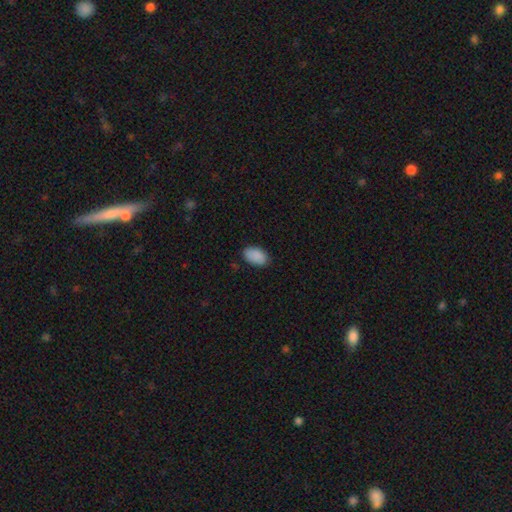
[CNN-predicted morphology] Smooth or featured?
  - smooth: 90% *
  - star or artifact: 7%
  - featured or disk: 3%
How rounded?
  - in between: 94% *
  - round: 5%
  - cigar-shaped: 1%
Merging?
  - none: 86% *
  - minor disturbance: 11%
  - major disturbance: 2%
  - merger: 1%